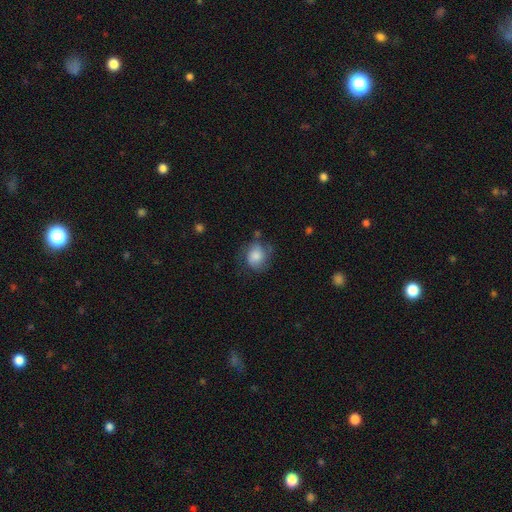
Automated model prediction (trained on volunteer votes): smooth_or_featured: smooth (p=0.69) [alt: featured or disk p=0.23]
how_rounded: round (p=0.68) [alt: in between p=0.31]
merging: none (p=0.55) [alt: minor disturbance p=0.27]